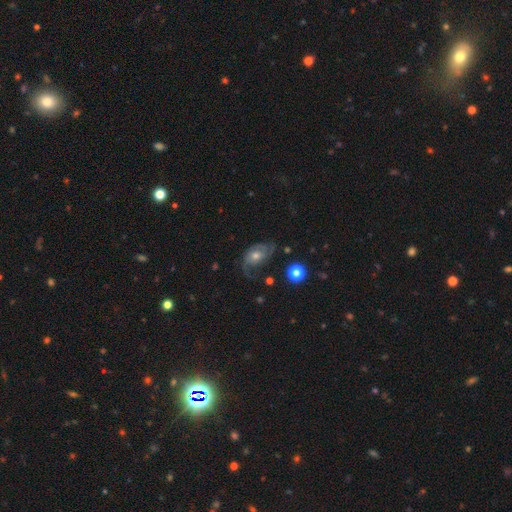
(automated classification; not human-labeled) smooth_or_featured: featured or disk (p=0.68) [alt: smooth p=0.22]
disk_edge_on: no (p=0.95) [alt: yes p=0.05]
bar: no (p=0.73) [alt: weak p=0.23]
has_spiral_arms: yes (p=0.86) [alt: no p=0.14]
spiral_winding: medium (p=0.40) [alt: loose p=0.37]
spiral_arm_count: 2 (p=0.56) [alt: 1 p=0.22]
bulge_size: moderate (p=0.61) [alt: small p=0.29]
merging: none (p=0.50) [alt: minor disturbance p=0.24]